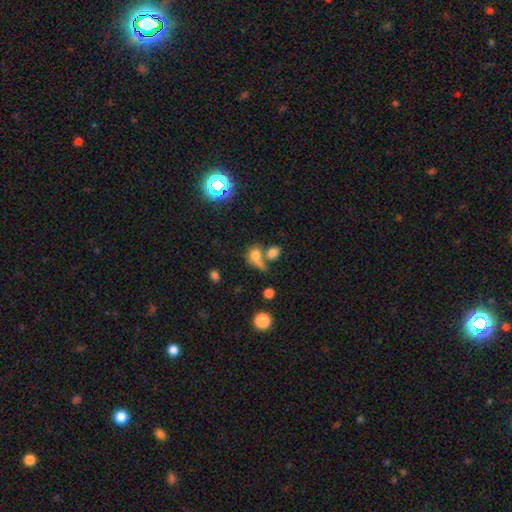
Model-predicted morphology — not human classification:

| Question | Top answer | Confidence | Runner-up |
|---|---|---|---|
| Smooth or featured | smooth | 69% | featured or disk (16%) |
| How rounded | in between | 49% | round (45%) |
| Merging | merger | 45% | none (32%) |